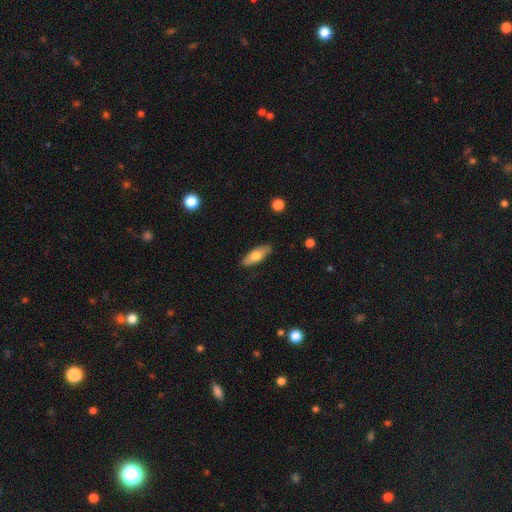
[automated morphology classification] type=smooth (68%); roundness=in between (71%); merging=none (85%).